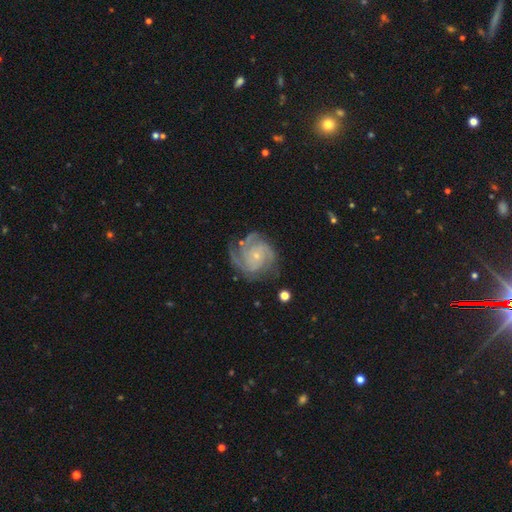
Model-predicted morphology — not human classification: Smooth or featured: featured or disk — 87% (smooth — 8%)
Edge-on disk: no — 98% (yes — 2%)
Bar: no — 77% (weak — 19%)
Spiral arms: yes — 97% (no — 3%)
Spiral winding: tight — 59% (medium — 34%)
Spiral arm count: 3 — 35% (can't tell — 18%)
Bulge size: small — 83% (moderate — 13%)
Merging: none — 69% (minor disturbance — 19%)